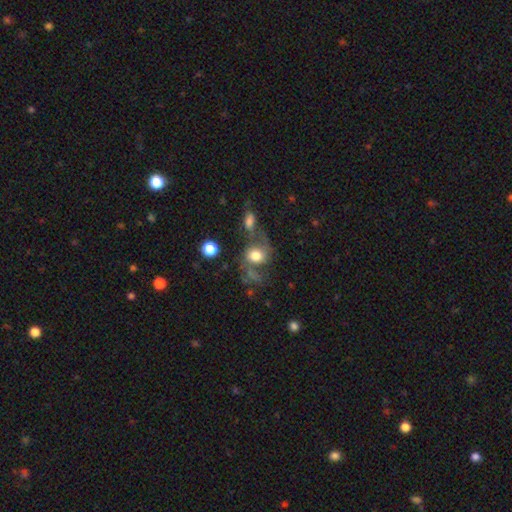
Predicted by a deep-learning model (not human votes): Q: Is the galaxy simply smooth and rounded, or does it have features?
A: featured or disk — 46%.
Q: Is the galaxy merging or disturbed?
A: none — 36%.